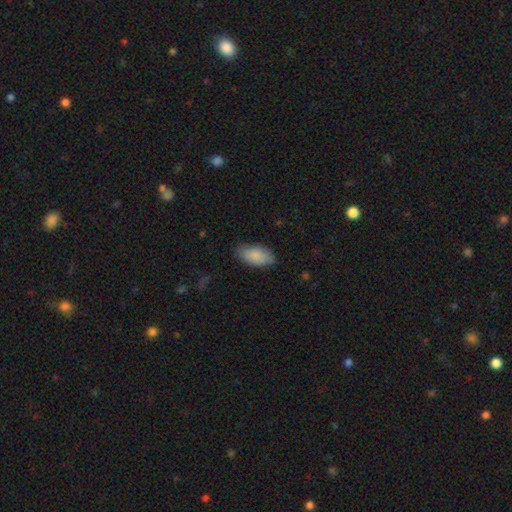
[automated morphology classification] This appears to be a smooth galaxy with no disk features (86%) that is in between round and cigar-shaped (94%). Merging: none (75%).